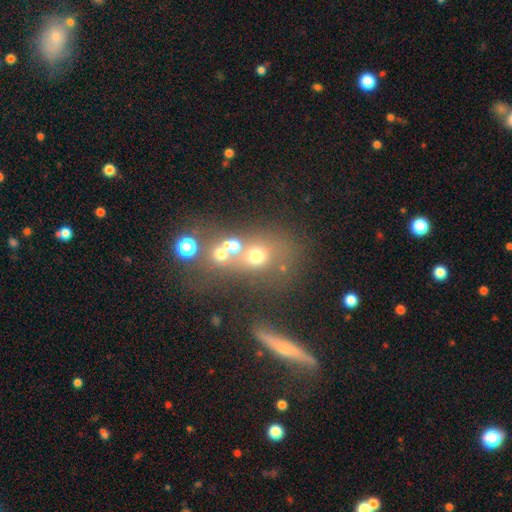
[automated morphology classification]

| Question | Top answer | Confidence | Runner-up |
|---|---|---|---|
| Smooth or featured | smooth | 53% | star or artifact (26%) |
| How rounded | round | 62% | in between (35%) |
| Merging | none | 48% | merger (31%) |